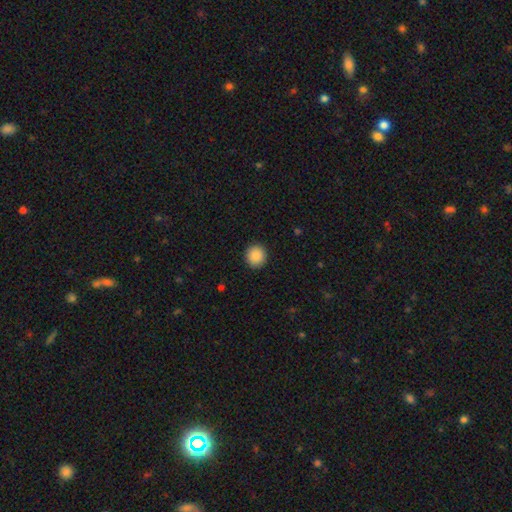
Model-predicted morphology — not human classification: smooth 88%, star or artifact 8%, featured or disk 4%. Down the decision tree: how rounded — round (92%); merging — none (92%).